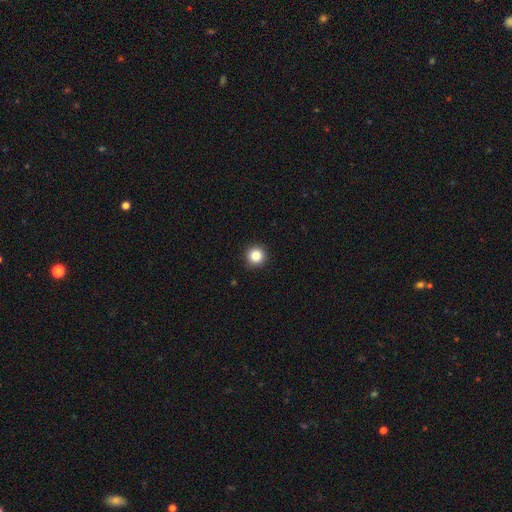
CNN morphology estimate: This is clearly a smooth galaxy (85%). How rounded: clearly round (96%). Merging: clearly none (93%).